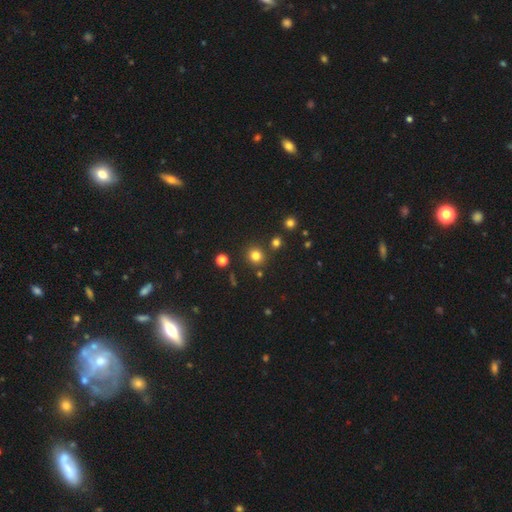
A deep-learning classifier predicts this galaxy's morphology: A smooth galaxy with no disk features (79%) that is round (90%). Merging: none (86%).